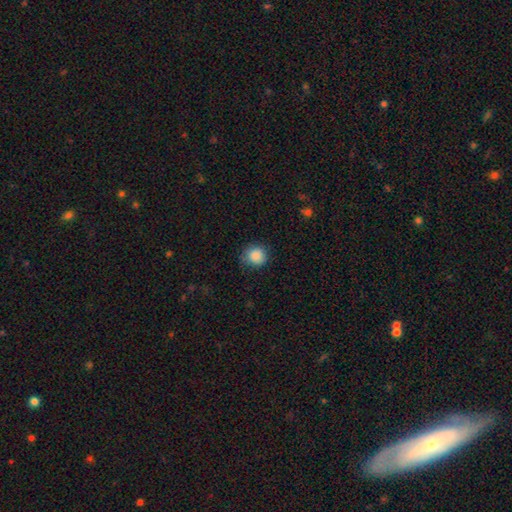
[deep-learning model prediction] Q: Smooth or featured?
A: smooth (87%); runner-up: star or artifact (9%)
Q: How rounded?
A: round (86%); runner-up: in between (13%)
Q: Merging?
A: none (77%); runner-up: minor disturbance (18%)